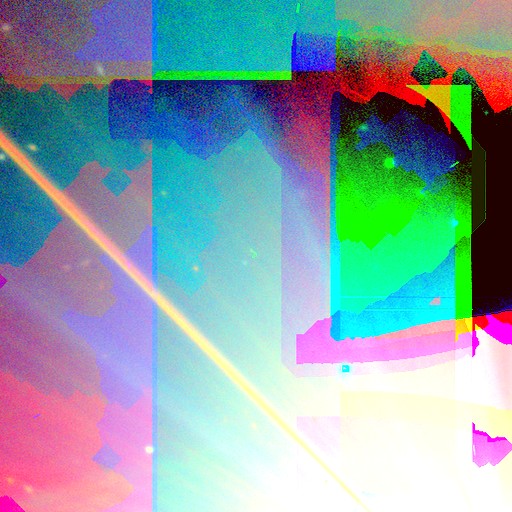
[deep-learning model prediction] This appears to be a star or artifact, not a galaxy (87%).